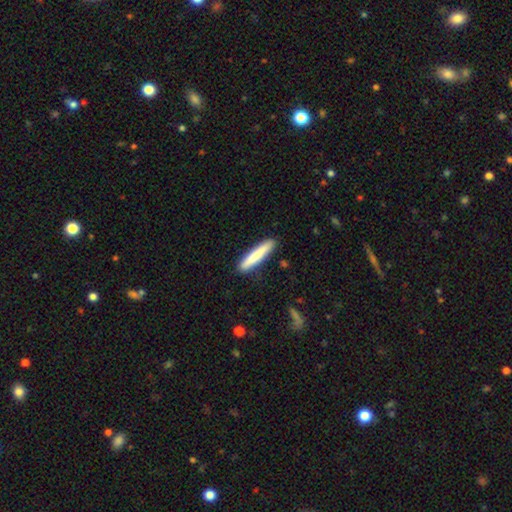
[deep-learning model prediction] Overall: smooth (79%). How rounded: cigar-shaped (91%). Merging: none (89%).